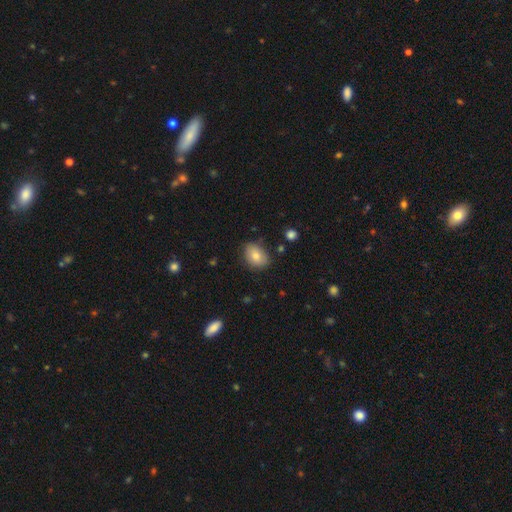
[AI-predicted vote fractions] Morphology: type=smooth (78%); roundness=in between (68%); merging=none (75%).